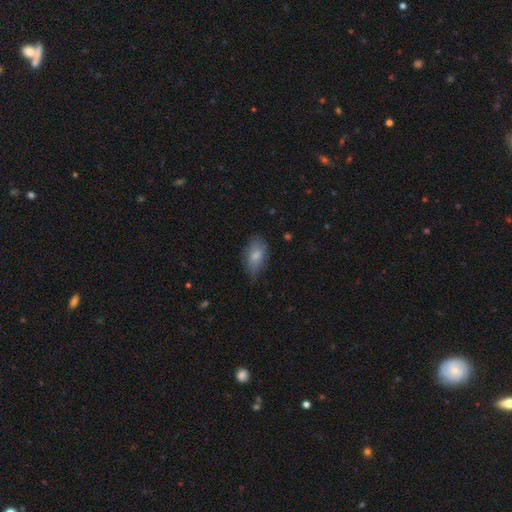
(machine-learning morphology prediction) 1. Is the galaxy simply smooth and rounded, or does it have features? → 77% smooth, 16% featured or disk, 7% star or artifact.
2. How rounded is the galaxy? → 91% in between, 6% round, 3% cigar-shaped.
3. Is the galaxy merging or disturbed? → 57% none, 33% minor disturbance, 8% major disturbance, 1% merger.